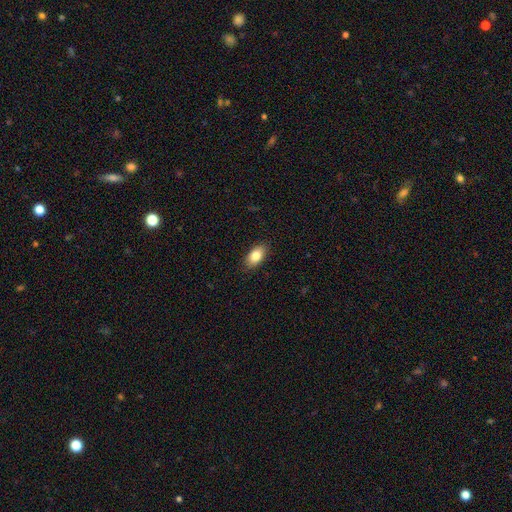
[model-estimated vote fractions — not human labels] The model was most divided on "smooth or featured": smooth: 84%, featured or disk: 9%, star or artifact: 7%. More confident: how rounded — in between (91%); merging — none (87%).